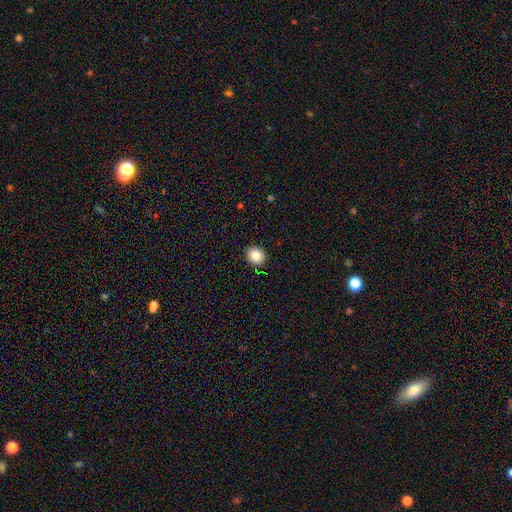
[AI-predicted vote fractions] Smooth or featured? smooth (86%)
How rounded? round (68%)
Merging? none (91%)